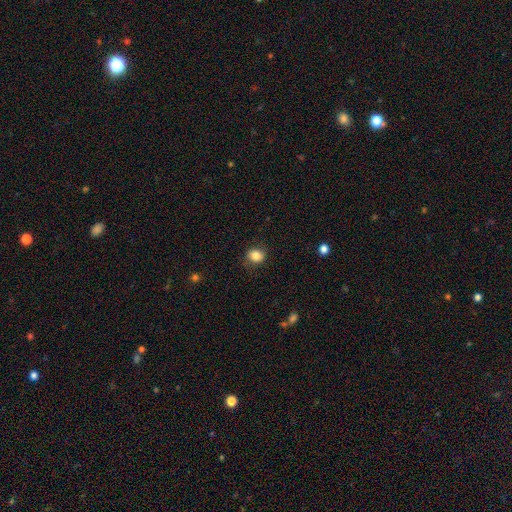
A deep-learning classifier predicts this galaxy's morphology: Overall: smooth (84%). How rounded: round (67%; in between 33%). Merging: none (81%).